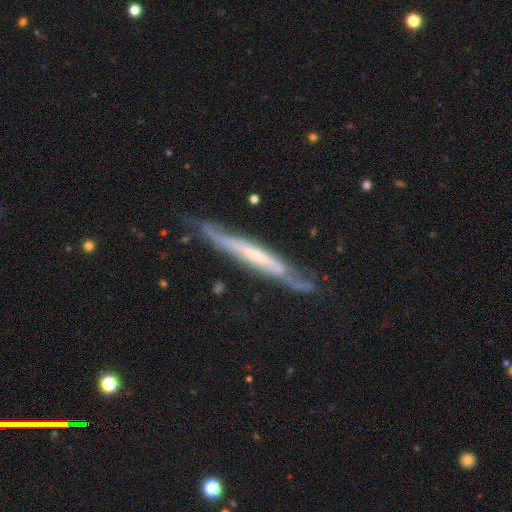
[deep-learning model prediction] featured or disk 76%, smooth 18%, star or artifact 6%. Down the decision tree: edge-on disk — yes (74%); edge-on bulge — none (66%); merging — none (66%).